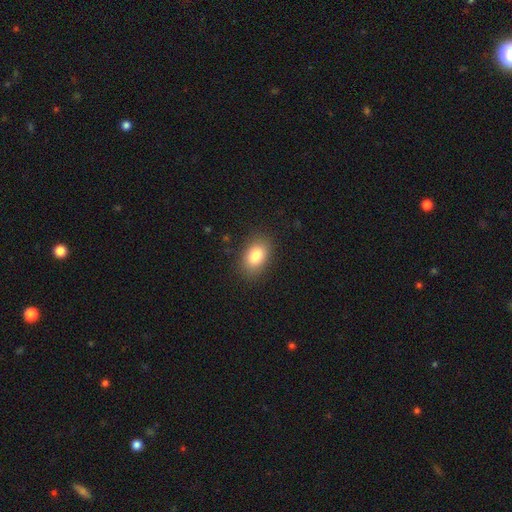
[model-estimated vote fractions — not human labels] Smooth or featured? Predicted: smooth (p=0.83). How rounded? Predicted: in between (p=0.88). Merging? Predicted: none (p=0.86).